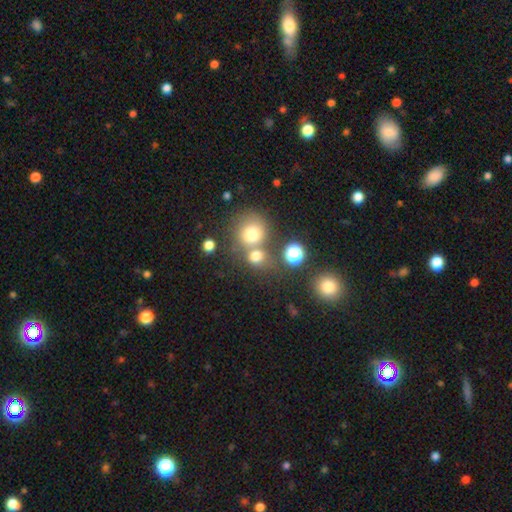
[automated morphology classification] Q: Smooth or featured?
A: smooth (72%); runner-up: star or artifact (18%)
Q: How rounded?
A: round (78%); runner-up: in between (21%)
Q: Merging?
A: none (48%); runner-up: merger (37%)